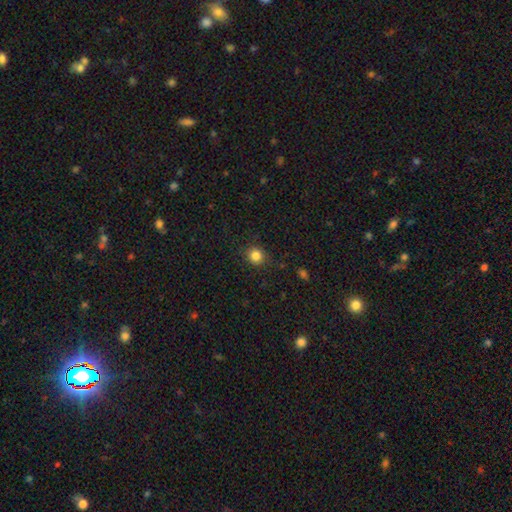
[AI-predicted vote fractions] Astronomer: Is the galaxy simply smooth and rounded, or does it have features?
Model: smooth — 84%.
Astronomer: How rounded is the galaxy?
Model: round — 88%.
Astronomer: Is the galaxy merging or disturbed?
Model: none — 88%.